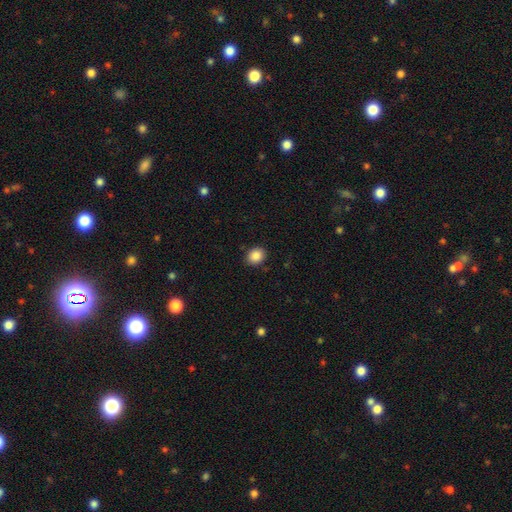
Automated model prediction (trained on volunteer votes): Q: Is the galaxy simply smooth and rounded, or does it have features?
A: smooth — 87%.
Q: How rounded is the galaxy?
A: round — 61%.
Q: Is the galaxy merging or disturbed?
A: none — 88%.